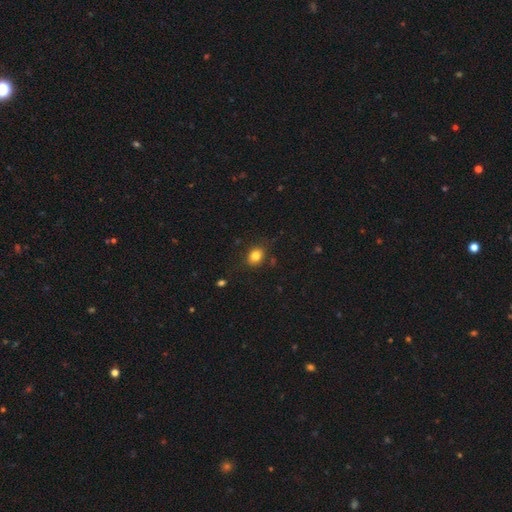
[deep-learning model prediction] A smooth galaxy with no disk features (82%) that is round (52%).

Vote fractions:
- Smooth or featured? smooth: 82% / star or artifact: 11% / featured or disk: 7%
- How rounded? round: 52% / in between: 48% / cigar-shaped: 1%
- Merging? none: 83% / minor disturbance: 12% / major disturbance: 3% / merger: 2%